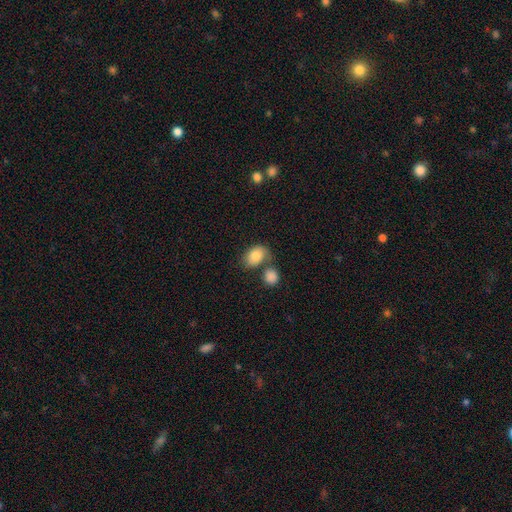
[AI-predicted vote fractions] smooth 83%, featured or disk 10%, star or artifact 7%. Down the decision tree: how rounded — in between (77%); merging — merger (39%).